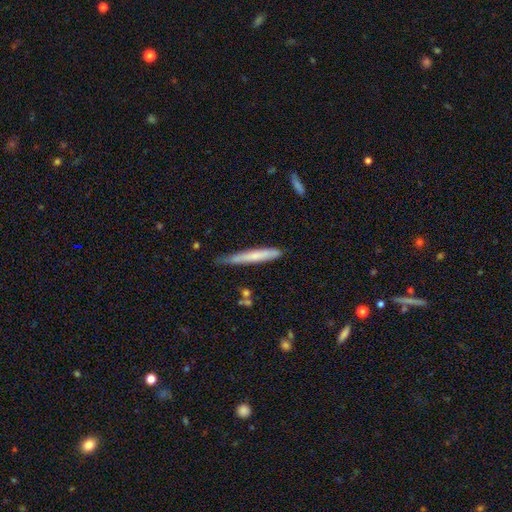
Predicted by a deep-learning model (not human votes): Smooth or featured? smooth (64%)
How rounded? cigar-shaped (96%)
Merging? none (68%)